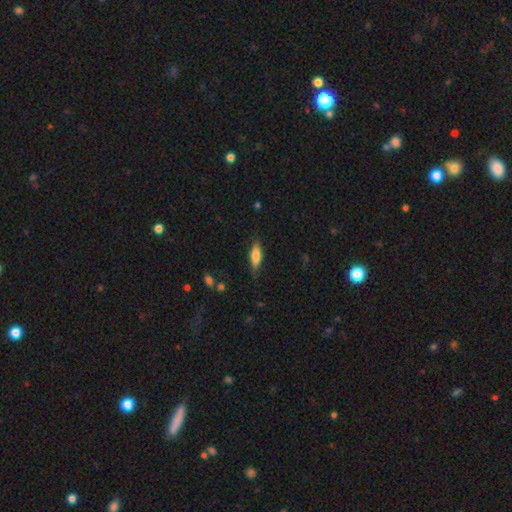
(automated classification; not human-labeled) Smooth or featured? Predicted: smooth (p=0.73). How rounded? Predicted: in between (p=0.52). Merging? Predicted: none (p=0.81).